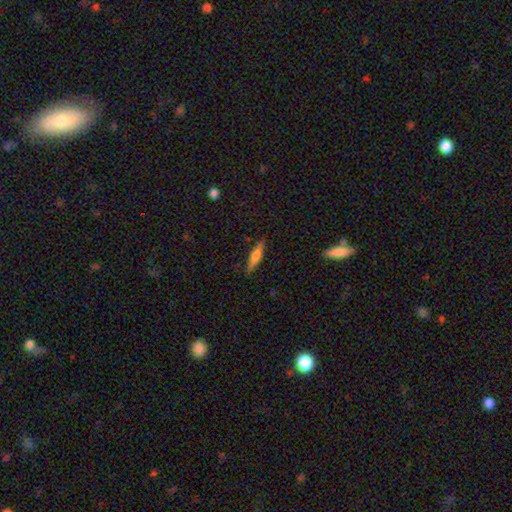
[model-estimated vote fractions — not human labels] smooth-or-featured: smooth: 59% | featured or disk: 34% | star or artifact: 7%
  how-rounded: cigar-shaped: 79% | in between: 19% | round: 2%
  merging: none: 85% | minor disturbance: 12% | major disturbance: 2% | merger: 1%